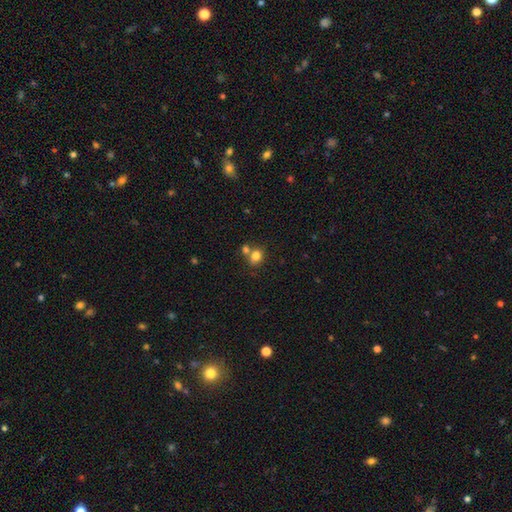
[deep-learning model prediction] Smooth or featured? Predicted: smooth (p=0.80). How rounded? Predicted: round (p=0.56). Merging? Predicted: none (p=0.50).